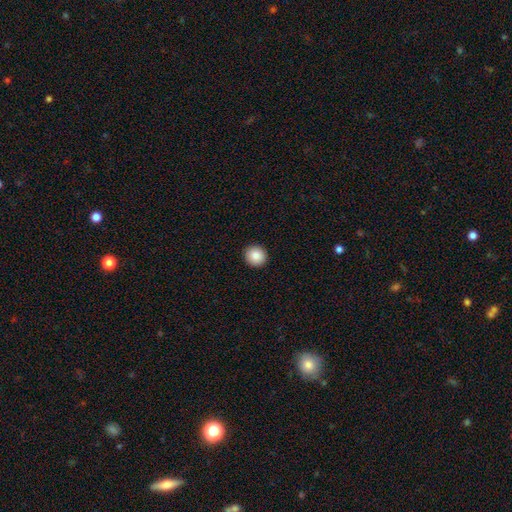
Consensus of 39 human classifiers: smooth 92%, featured or disk 5%, star or artifact 3%. Down the decision tree: how rounded — round (94%); merging — none (95%).